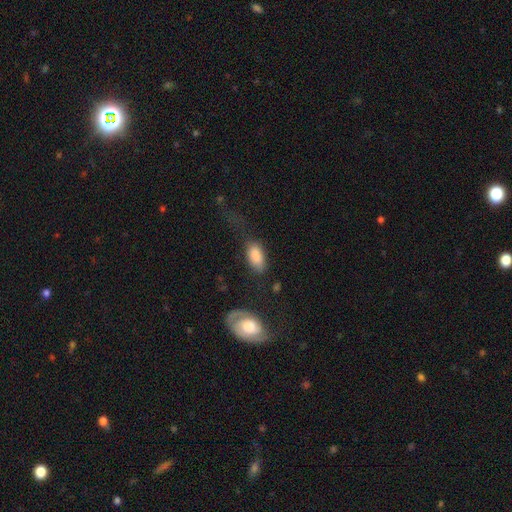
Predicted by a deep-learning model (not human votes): Morphology: type=smooth (86%); roundness=in between (92%); merging=none (53%).